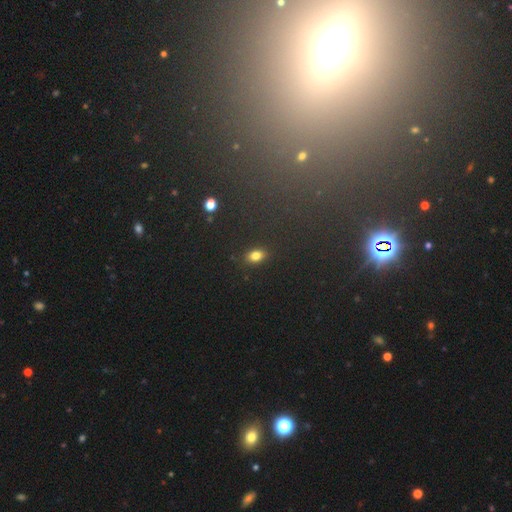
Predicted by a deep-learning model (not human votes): This is clearly a smooth galaxy (81%). How rounded: clearly in between (84%). Merging: clearly none (89%).